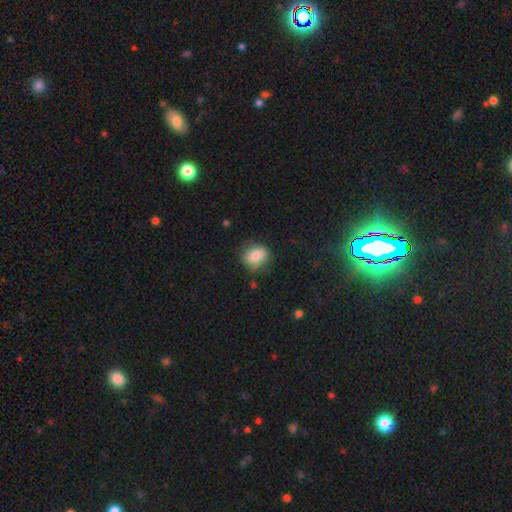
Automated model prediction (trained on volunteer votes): Q: Smooth or featured?
A: smooth (77%); runner-up: featured or disk (15%)
Q: How rounded?
A: round (56%); runner-up: in between (43%)
Q: Merging?
A: none (63%); runner-up: minor disturbance (26%)